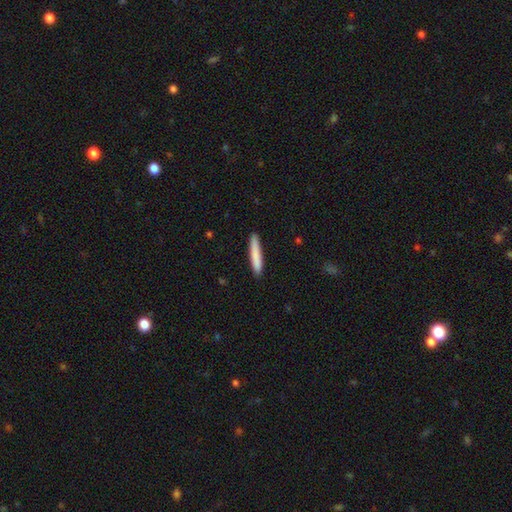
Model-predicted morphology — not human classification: Q: Smooth or featured?
A: smooth (83%); runner-up: featured or disk (11%)
Q: How rounded?
A: cigar-shaped (93%); runner-up: in between (6%)
Q: Merging?
A: none (90%); runner-up: minor disturbance (8%)